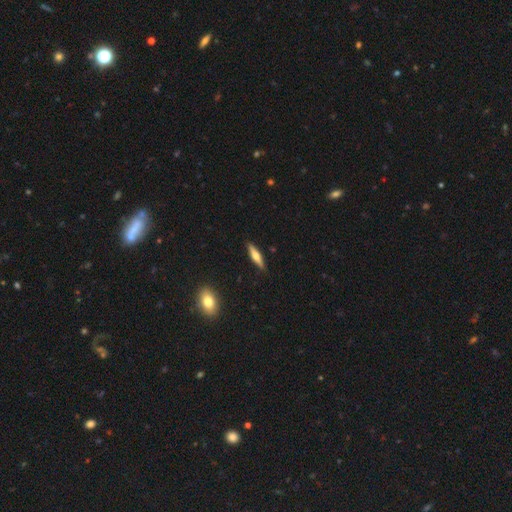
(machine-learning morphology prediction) Q: Smooth or featured?
A: featured or disk (49%); runner-up: smooth (45%)
Q: Merging?
A: none (89%); runner-up: minor disturbance (8%)